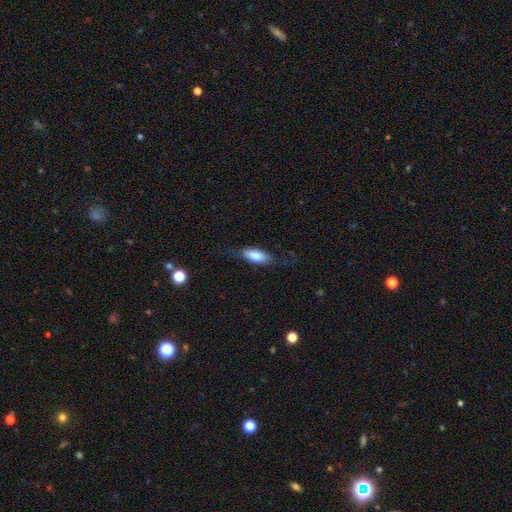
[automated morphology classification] A smooth galaxy with no disk features (73%) that is in between round and cigar-shaped (73%).

Vote fractions:
- Smooth or featured? smooth: 73% / featured or disk: 21% / star or artifact: 6%
- How rounded? in between: 73% / cigar-shaped: 25% / round: 3%
- Merging? none: 69% / minor disturbance: 20% / major disturbance: 9% / merger: 1%